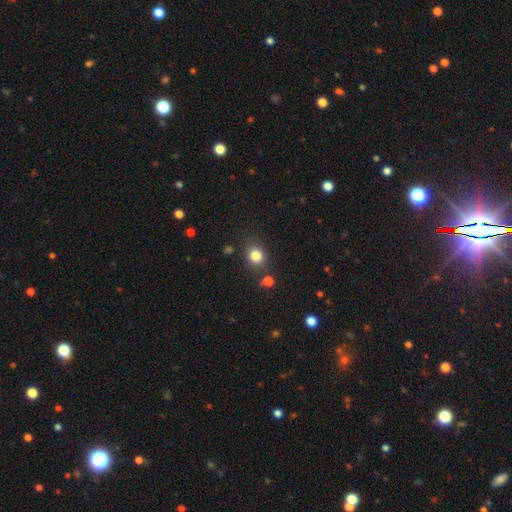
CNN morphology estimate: smooth_or_featured: smooth (p=0.81) [alt: star or artifact p=0.12]
how_rounded: round (p=0.70) [alt: in between p=0.29]
merging: none (p=0.78) [alt: minor disturbance p=0.12]